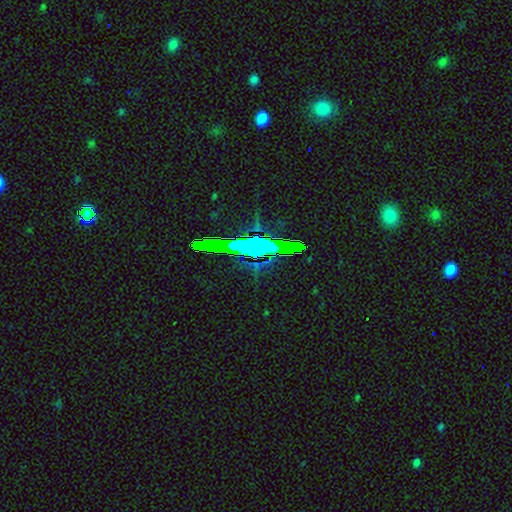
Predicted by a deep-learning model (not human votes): Morphology: type=star or artifact (63%).